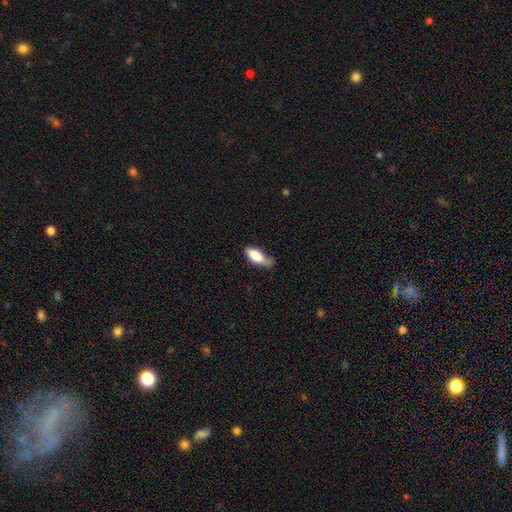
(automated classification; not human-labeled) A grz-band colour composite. It shows a smooth galaxy with no disk features (79%) that is in between round and cigar-shaped (77%). Merging: minor disturbance (43%).